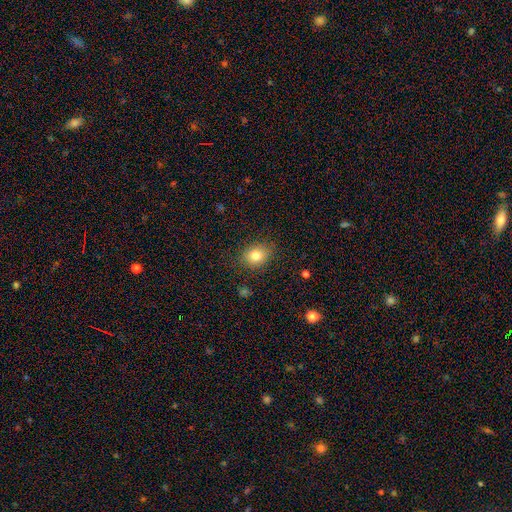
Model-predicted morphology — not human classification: Smooth or featured? smooth (82%)
How rounded? in between (53%)
Merging? none (84%)